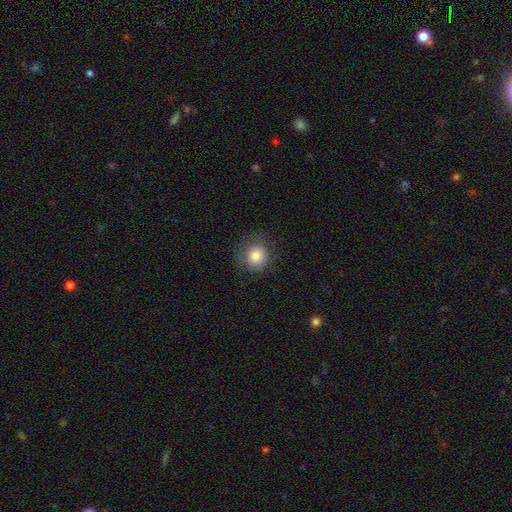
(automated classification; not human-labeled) Smooth or featured?
  - smooth: 82% *
  - star or artifact: 10%
  - featured or disk: 8%
How rounded?
  - round: 89% *
  - in between: 10%
  - cigar-shaped: 1%
Merging?
  - none: 80% *
  - minor disturbance: 14%
  - major disturbance: 5%
  - merger: 1%